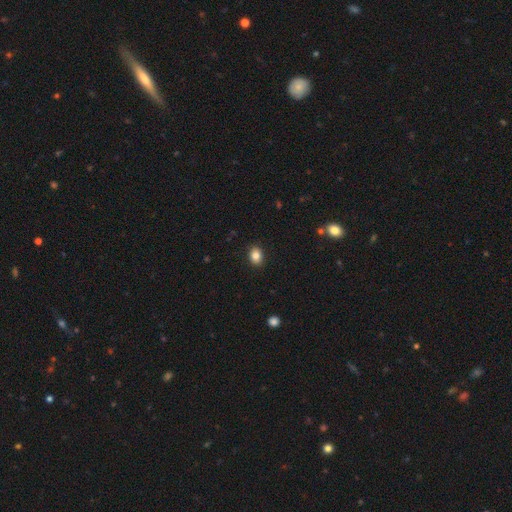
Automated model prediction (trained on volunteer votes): Smooth or featured? Predicted: smooth (p=0.84). How rounded? Predicted: in between (p=0.59). Merging? Predicted: none (p=0.90).